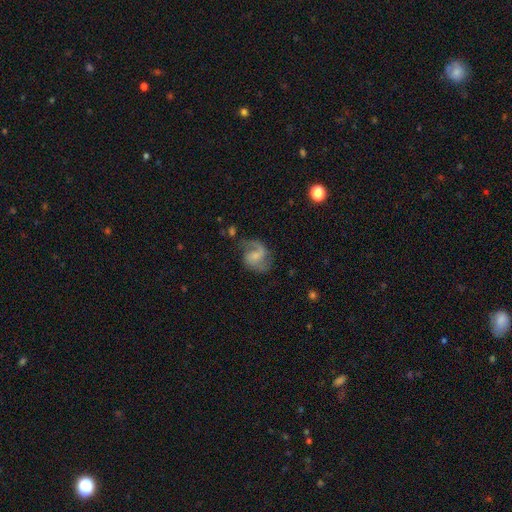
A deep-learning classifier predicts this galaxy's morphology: Smooth or featured?
  - featured or disk: 76% *
  - smooth: 17%
  - star or artifact: 7%
Edge-on disk?
  - no: 98% *
  - yes: 2%
Bar?
  - no: 48% *
  - weak: 43%
  - strong: 9%
Spiral arms?
  - yes: 93% *
  - no: 7%
Spiral winding?
  - medium: 48% *
  - loose: 38%
  - tight: 14%
Spiral arm count?
  - 2: 70% *
  - 1: 21%
  - can't tell: 5%
  - 3: 2%
  - 4: 1%
  - more than 4: 1%
Bulge size?
  - small: 47% *
  - moderate: 24%
  - none: 23%
  - large: 4%
  - dominant: 1%
Merging?
  - none: 56% *
  - minor disturbance: 21%
  - major disturbance: 20%
  - merger: 3%